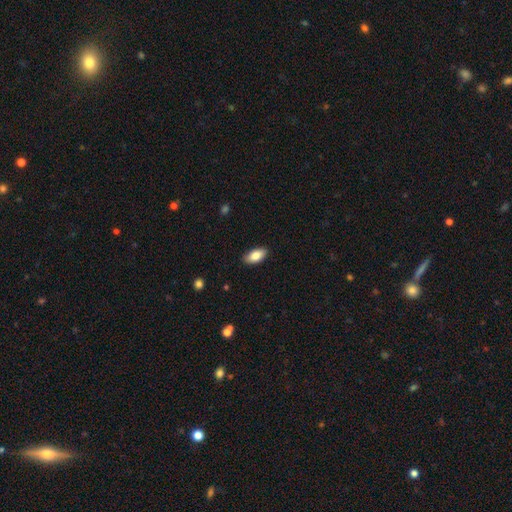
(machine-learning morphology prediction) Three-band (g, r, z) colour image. It shows a smooth galaxy with no disk features (85%) that is in between round and cigar-shaped (91%). Merging: none (88%).